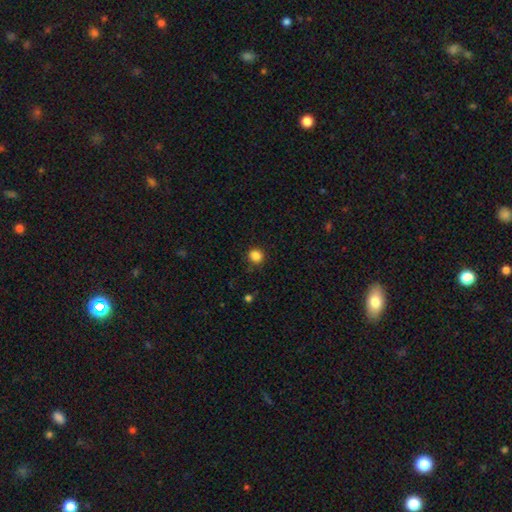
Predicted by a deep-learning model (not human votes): Smooth or featured? Predicted: smooth (p=0.86). How rounded? Predicted: round (p=0.83). Merging? Predicted: none (p=0.86).